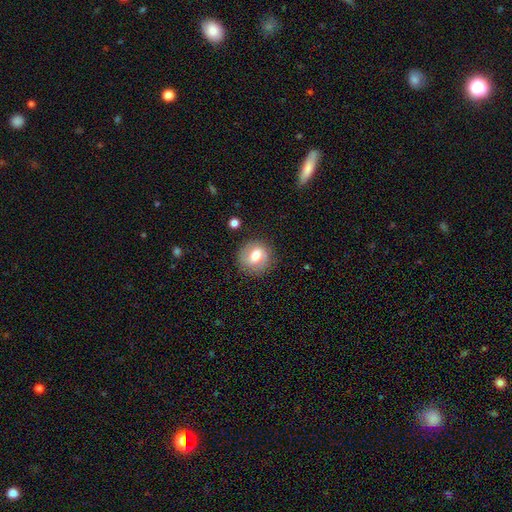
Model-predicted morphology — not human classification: A smooth galaxy with no disk features (57%) that is round (81%). Merging: none (82%).